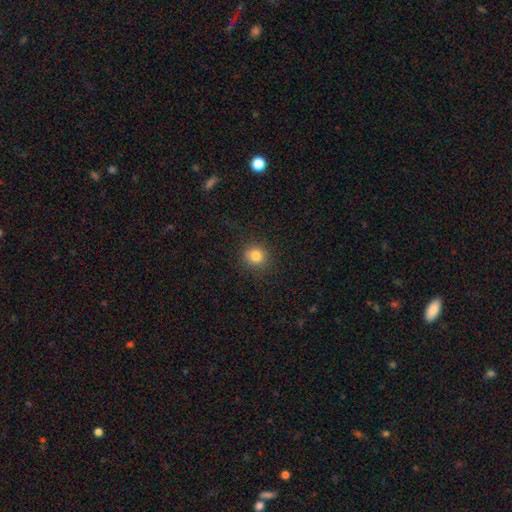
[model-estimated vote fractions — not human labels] Smooth or featured? Predicted: smooth (p=0.82). How rounded? Predicted: round (p=0.90). Merging? Predicted: none (p=0.88).